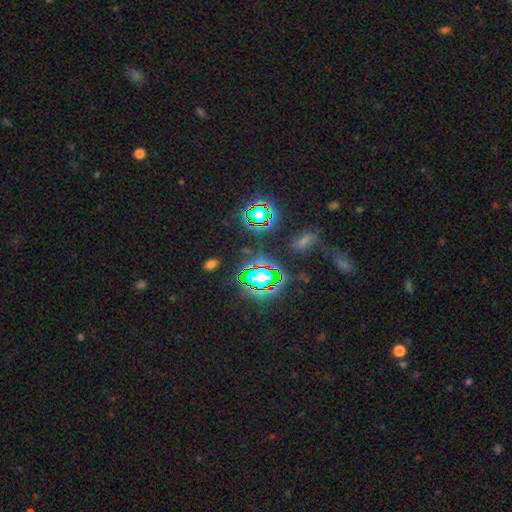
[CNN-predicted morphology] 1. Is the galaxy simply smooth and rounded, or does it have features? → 78% star or artifact, 13% smooth, 9% featured or disk.